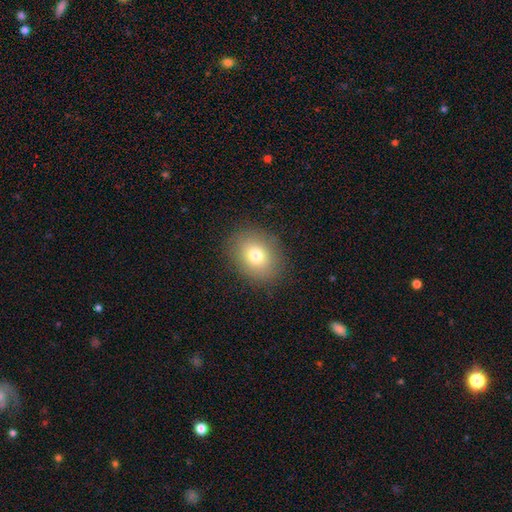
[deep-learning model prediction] This appears to be a smooth galaxy with no disk features (77%) that is round (53%). Merging: none (87%).